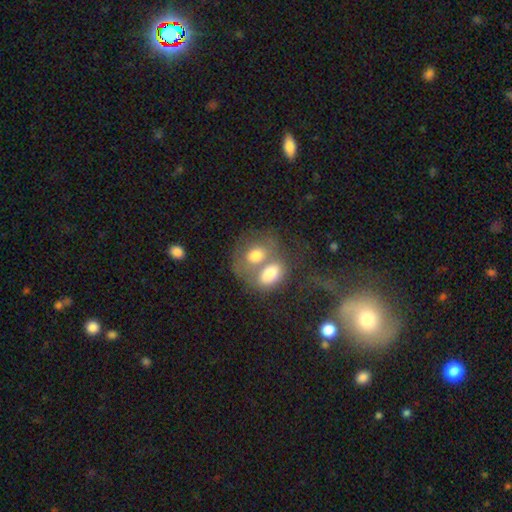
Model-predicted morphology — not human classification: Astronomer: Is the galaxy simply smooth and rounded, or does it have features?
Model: smooth — 65%.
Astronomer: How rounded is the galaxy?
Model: in between — 69%.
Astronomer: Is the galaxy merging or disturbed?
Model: merger — 63%.